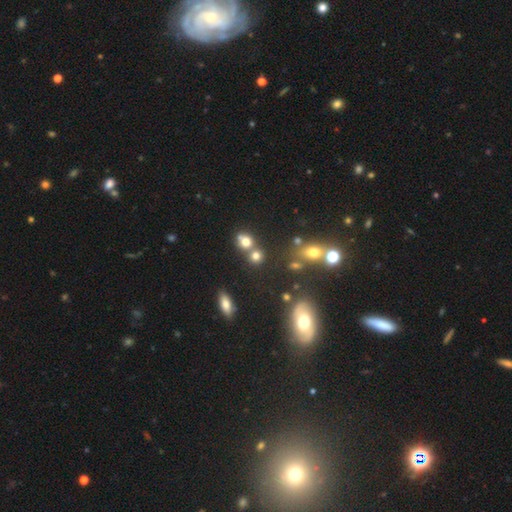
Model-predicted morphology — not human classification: smooth 71%, star or artifact 19%, featured or disk 10%. Down the decision tree: how rounded — round (79%); merging — none (51%).